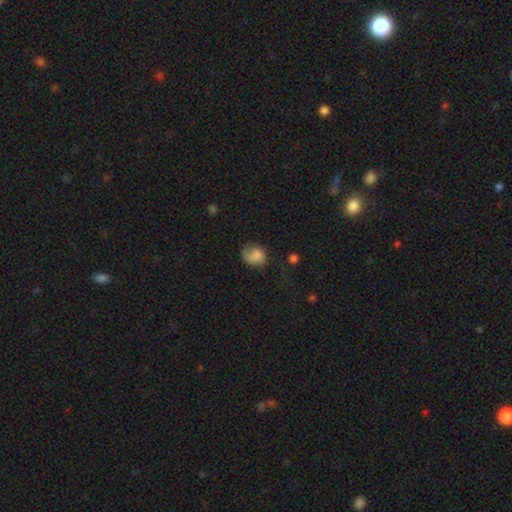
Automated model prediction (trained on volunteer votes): A smooth galaxy with no disk features (74%) that is round (52%). Merging: none (39%).